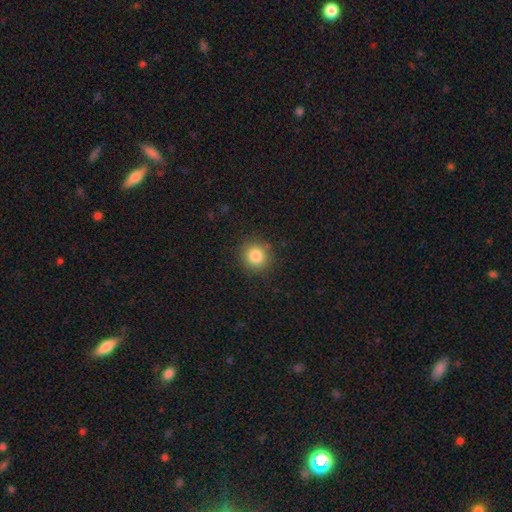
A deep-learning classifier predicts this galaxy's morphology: type=smooth (84%); roundness=round (93%); merging=none (88%).